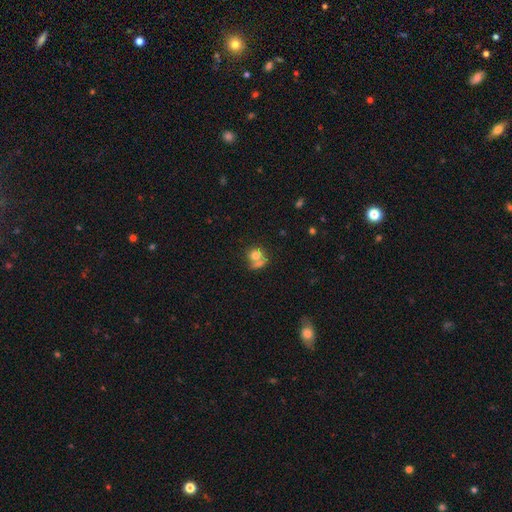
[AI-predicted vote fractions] This is likely a smooth galaxy (74%). How rounded: likely round (78%). Merging: marginally none (42%).